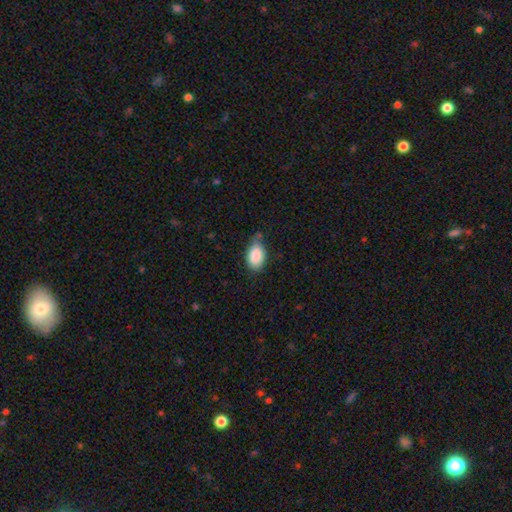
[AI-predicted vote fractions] Smooth or featured? smooth (88%)
How rounded? in between (92%)
Merging? none (64%)